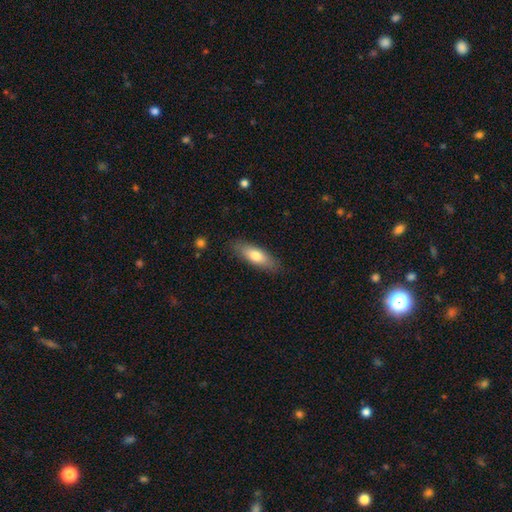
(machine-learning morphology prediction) Q: Smooth or featured?
A: smooth (72%); runner-up: featured or disk (22%)
Q: How rounded?
A: in between (55%); runner-up: cigar-shaped (42%)
Q: Merging?
A: none (85%); runner-up: minor disturbance (11%)